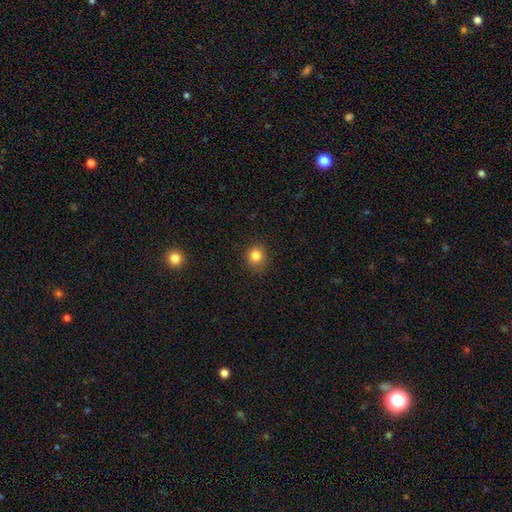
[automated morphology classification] smooth 82%, star or artifact 12%, featured or disk 6%. Down the decision tree: how rounded — round (80%); merging — none (85%).